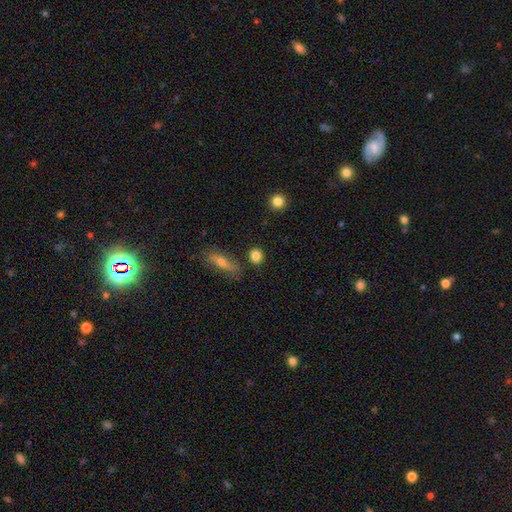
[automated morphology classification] Overall: smooth (84%). How rounded: round (79%). Merging: none (83%).